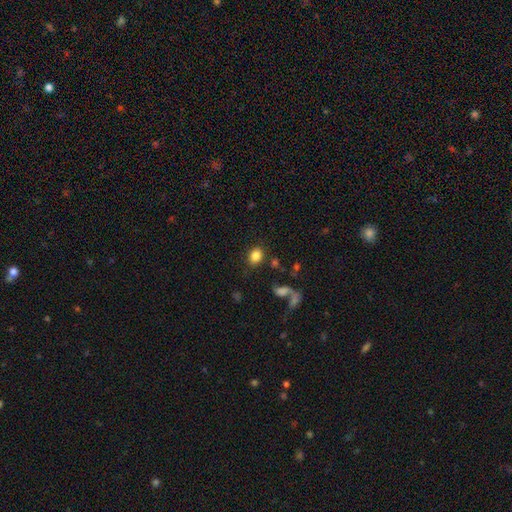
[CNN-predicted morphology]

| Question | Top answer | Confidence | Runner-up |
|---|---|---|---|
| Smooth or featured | smooth | 84% | star or artifact (9%) |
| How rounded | in between | 54% | round (45%) |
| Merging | none | 82% | minor disturbance (9%) |